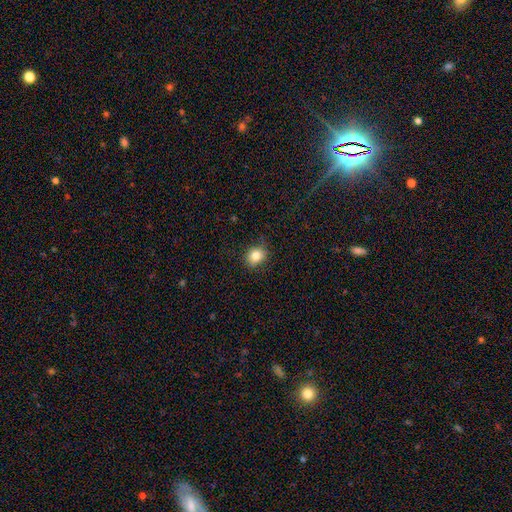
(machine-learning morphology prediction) Overall: smooth (83%). How rounded: round (66%; in between 33%). Merging: none (82%).